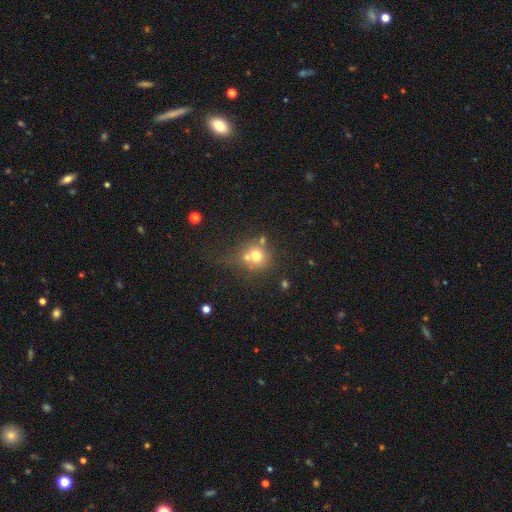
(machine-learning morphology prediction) smooth 67%, featured or disk 18%, star or artifact 15%. Down the decision tree: how rounded — round (85%); merging — none (44%).